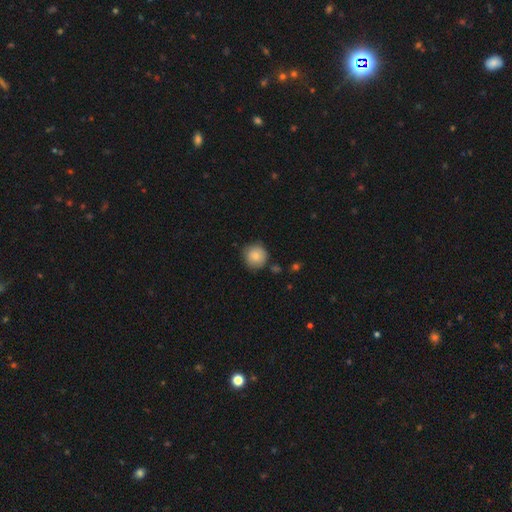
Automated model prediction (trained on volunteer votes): smooth-or-featured: smooth: 84% | featured or disk: 8% | star or artifact: 8%
  how-rounded: round: 94% | in between: 5% | cigar-shaped: 1%
  merging: none: 82% | minor disturbance: 13% | merger: 3% | major disturbance: 2%